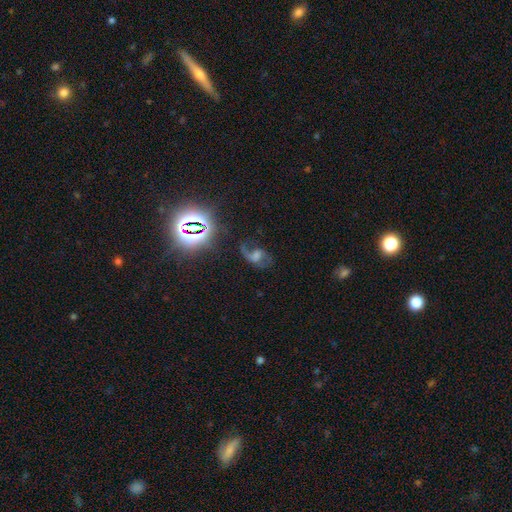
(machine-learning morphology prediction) Smooth or featured? featured or disk (57%)
Edge-on disk? no (96%)
Bar? no (44%)
Spiral arms? yes (85%)
Bulge size? moderate (36%)
Merging? none (49%)